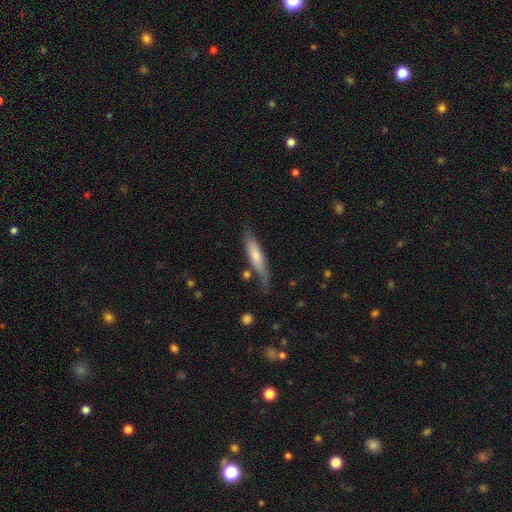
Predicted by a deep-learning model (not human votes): Smooth or featured?
  - smooth: 62% *
  - featured or disk: 32%
  - star or artifact: 5%
How rounded?
  - cigar-shaped: 78% *
  - in between: 20%
  - round: 2%
Merging?
  - none: 64% *
  - minor disturbance: 24%
  - major disturbance: 7%
  - merger: 6%